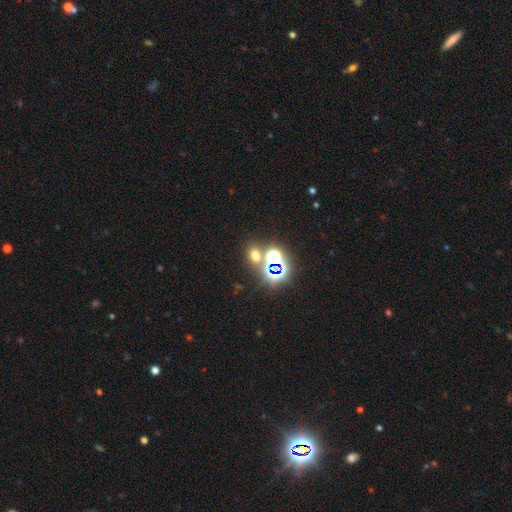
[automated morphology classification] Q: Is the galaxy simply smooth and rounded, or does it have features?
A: smooth — 49%.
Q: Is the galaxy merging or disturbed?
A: none — 70%.